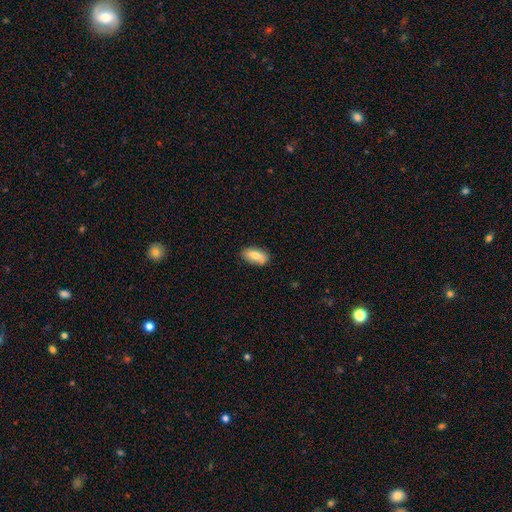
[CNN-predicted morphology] smooth-or-featured: smooth: 76% | featured or disk: 18% | star or artifact: 7%
  how-rounded: in between: 89% | cigar-shaped: 8% | round: 3%
  merging: none: 81% | minor disturbance: 14% | major disturbance: 2% | merger: 2%